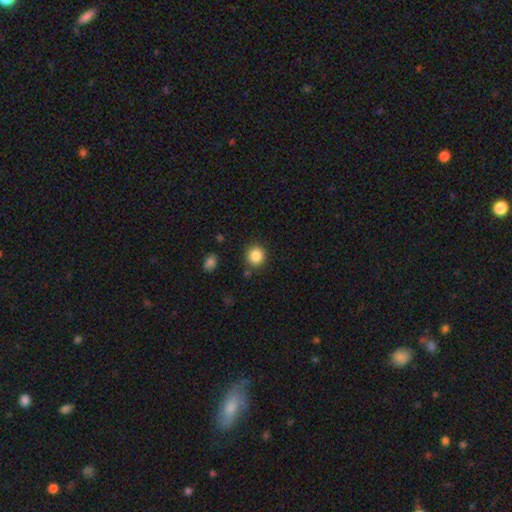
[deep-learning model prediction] Smooth or featured?
  - smooth: 86% *
  - star or artifact: 10%
  - featured or disk: 4%
How rounded?
  - round: 90% *
  - in between: 9%
  - cigar-shaped: 1%
Merging?
  - none: 86% *
  - minor disturbance: 8%
  - merger: 3%
  - major disturbance: 3%